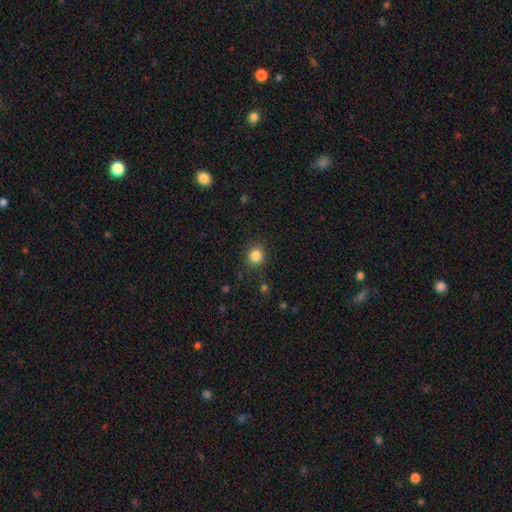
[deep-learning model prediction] Smooth or featured: smooth — 85% (star or artifact — 11%)
How rounded: round — 84% (in between — 15%)
Merging: none — 87% (minor disturbance — 9%)